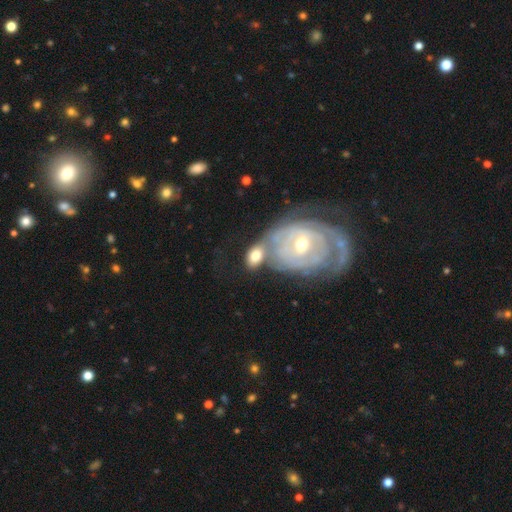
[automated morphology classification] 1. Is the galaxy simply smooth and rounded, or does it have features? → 55% smooth, 38% featured or disk, 7% star or artifact.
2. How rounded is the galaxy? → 78% in between, 20% round, 2% cigar-shaped.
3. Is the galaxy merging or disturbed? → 43% merger, 33% none, 15% minor disturbance, 8% major disturbance.